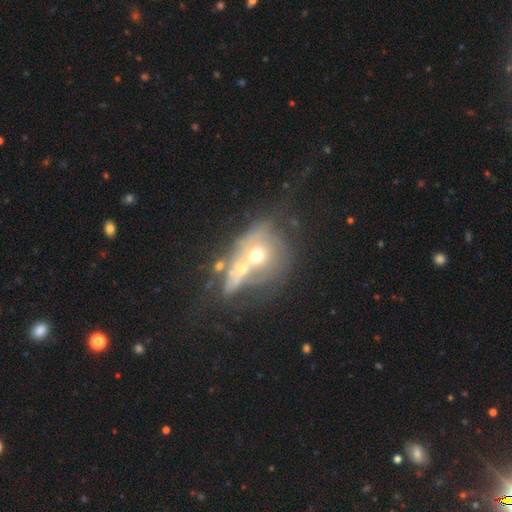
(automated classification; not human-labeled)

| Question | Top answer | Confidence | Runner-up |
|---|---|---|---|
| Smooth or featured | featured or disk | 53% | smooth (32%) |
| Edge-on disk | no | 90% | yes (10%) |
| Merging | merger | 67% | none (14%) |